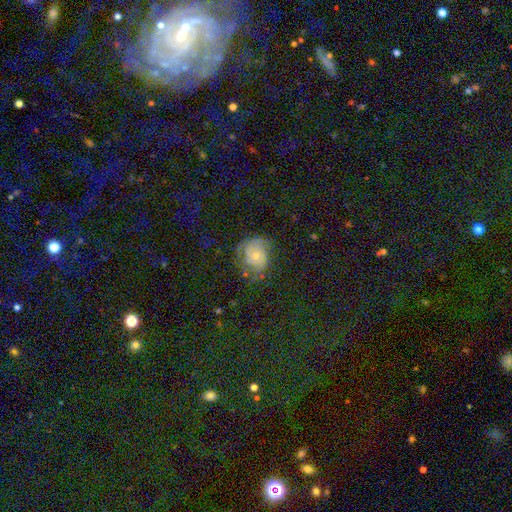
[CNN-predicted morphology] Overall: smooth (48%; featured or disk 41%). Merging: none (49%; minor disturbance 28%).